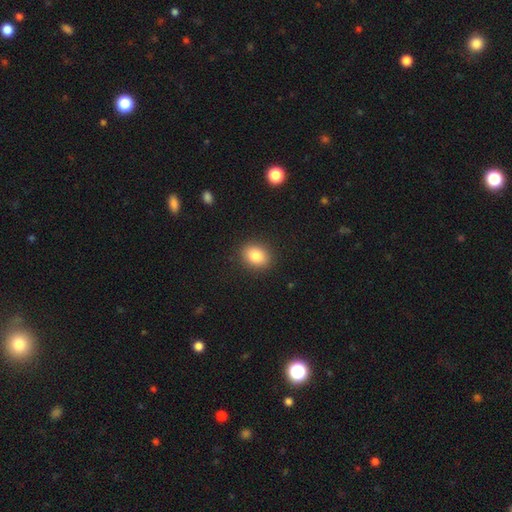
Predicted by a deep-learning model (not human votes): Morphology: type=smooth (83%); roundness=in between (52%); merging=none (90%).